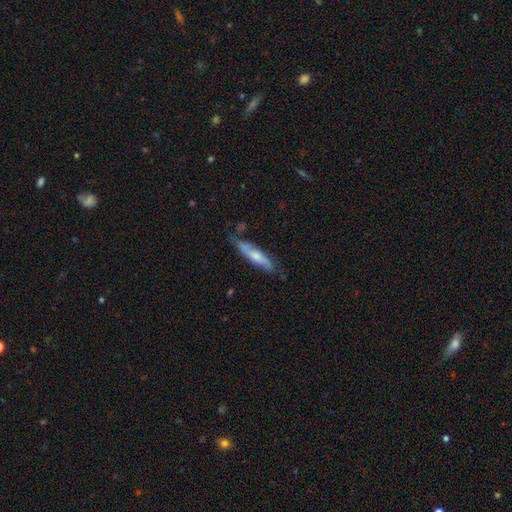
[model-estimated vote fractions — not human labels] This appears to be a smooth galaxy with no disk features (49%). Merging: none (67%).